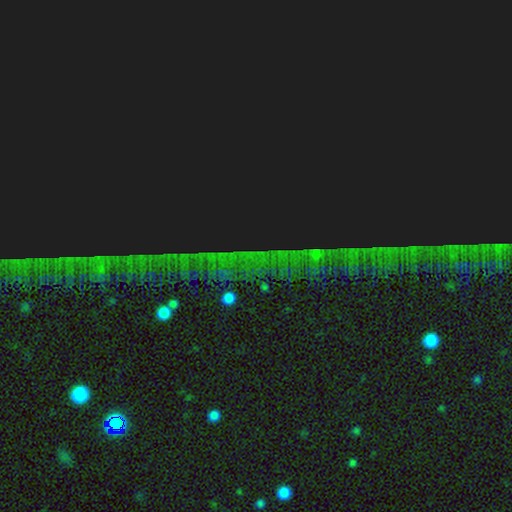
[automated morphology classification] Smooth or featured? Predicted: star or artifact (p=0.87).